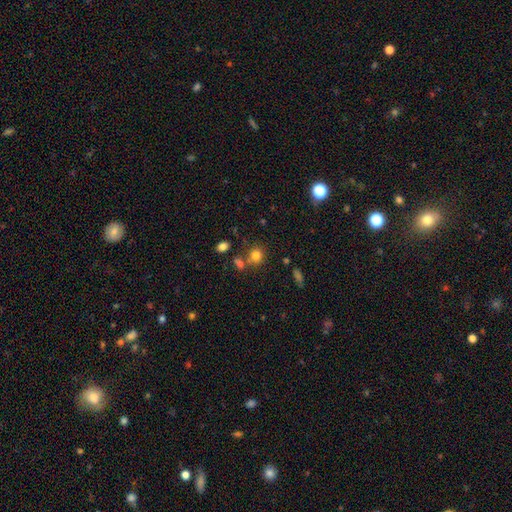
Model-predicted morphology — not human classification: type=smooth (78%); roundness=round (77%); merging=none (66%).